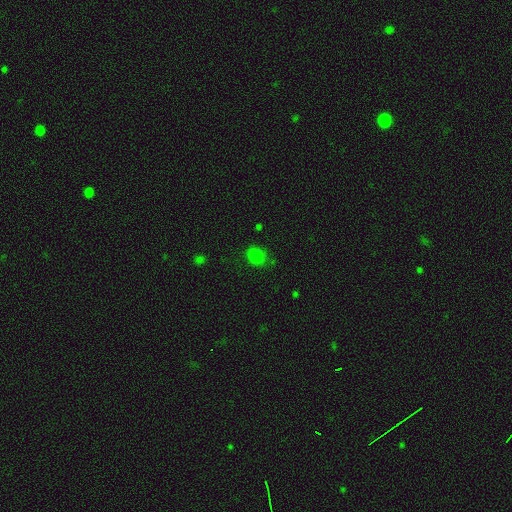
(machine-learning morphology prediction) Q: Smooth or featured?
A: smooth (80%); runner-up: star or artifact (16%)
Q: How rounded?
A: in between (62%); runner-up: round (36%)
Q: Merging?
A: none (78%); runner-up: minor disturbance (16%)